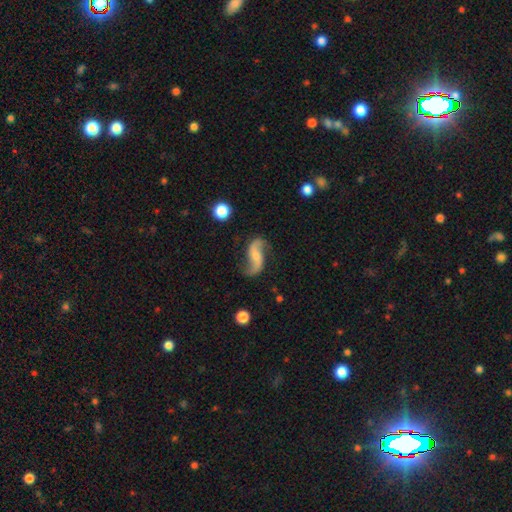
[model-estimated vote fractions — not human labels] featured or disk 86%, smooth 9%, star or artifact 6%. Down the decision tree: edge-on disk — no (96%); bar — no (48%); spiral arms — yes (96%); spiral arm count — 2 (94%); spiral winding — loose (88%); bulge size — small (41%); merging — none (76%).